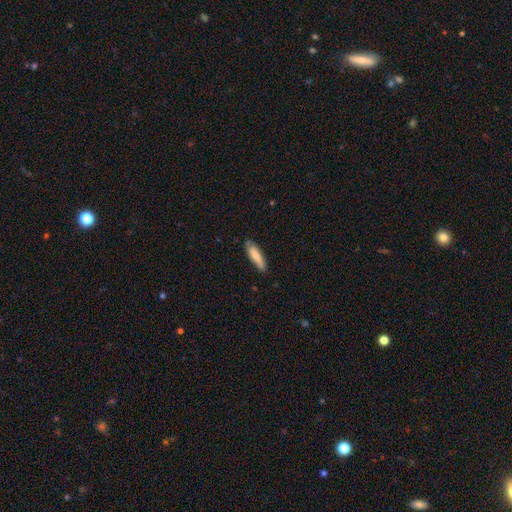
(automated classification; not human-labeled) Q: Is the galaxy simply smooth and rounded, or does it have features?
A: smooth — 76%.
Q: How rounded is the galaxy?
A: cigar-shaped — 67%.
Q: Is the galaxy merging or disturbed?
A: none — 77%.